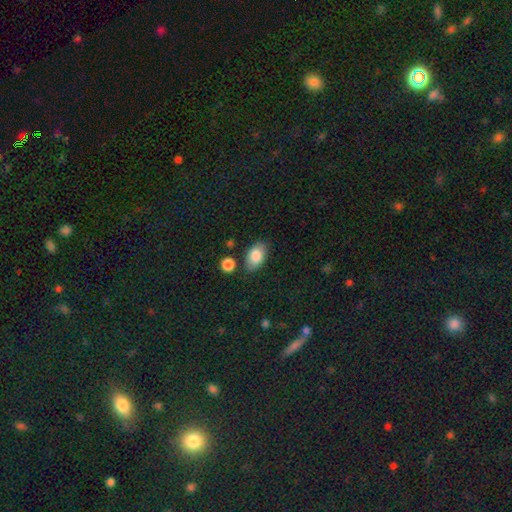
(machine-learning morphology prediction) smooth 82%, featured or disk 11%, star or artifact 7%. Down the decision tree: how rounded — in between (91%); merging — none (80%).